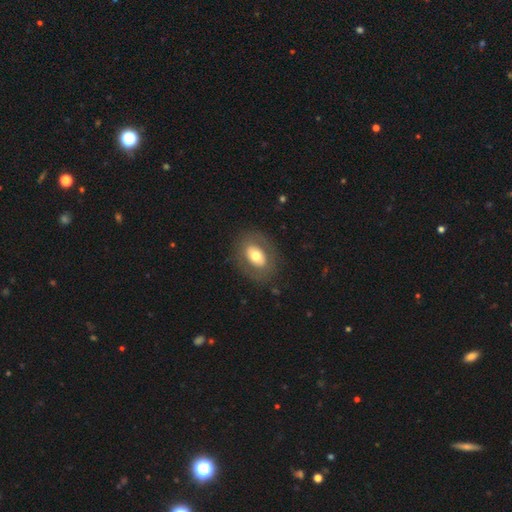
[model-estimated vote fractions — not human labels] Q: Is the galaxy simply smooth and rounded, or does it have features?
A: smooth — 58%.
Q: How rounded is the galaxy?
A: in between — 79%.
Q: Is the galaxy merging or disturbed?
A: none — 81%.